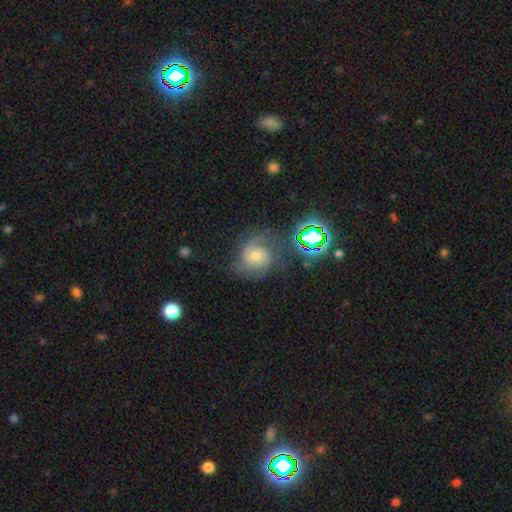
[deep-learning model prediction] A featured or disk galaxy (67%) with no bar (65%), 2 (52%) medium (47%) spiral arms (95%) and a moderate central bulge (52%).

Vote fractions:
- Smooth or featured? featured or disk: 67% / star or artifact: 17% / smooth: 16%
- Edge-on disk? no: 97% / yes: 3%
- Bar? no: 65% / weak: 28% / strong: 7%
- Spiral arms? yes: 95% / no: 5%
- Spiral winding? medium: 47% / tight: 38% / loose: 15%
- Spiral arm count? 2: 52% / 3: 20% / can't tell: 17% / 1: 5% / 4: 4% / more than 4: 3%
- Bulge size? moderate: 52% / small: 41% / large: 4% / none: 2% / dominant: 1%
- Merging? none: 66% / minor disturbance: 19% / major disturbance: 12% / merger: 3%